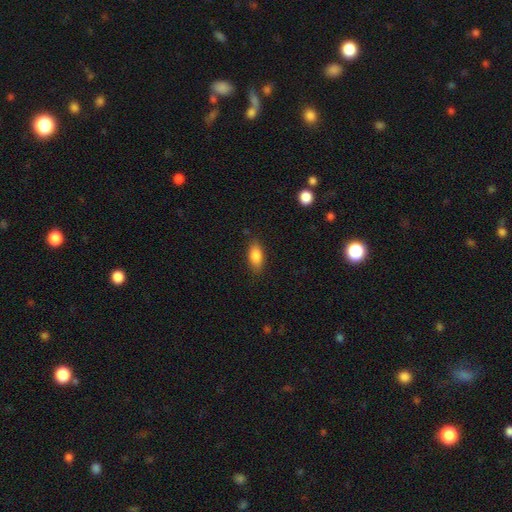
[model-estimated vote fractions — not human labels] smooth 84%, featured or disk 8%, star or artifact 7%. Down the decision tree: how rounded — in between (87%); merging — none (84%).